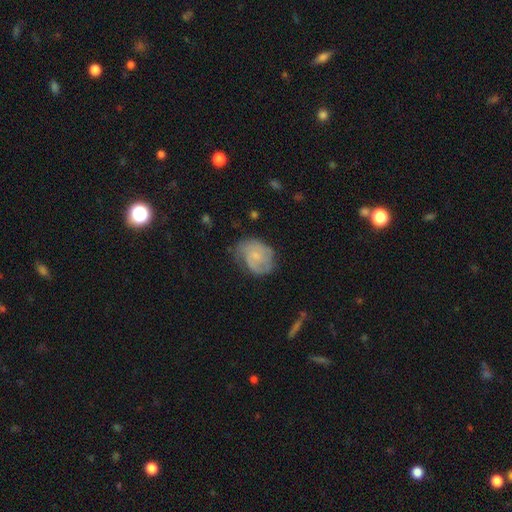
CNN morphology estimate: Smooth or featured?
  - featured or disk: 60% *
  - smooth: 33%
  - star or artifact: 7%
Edge-on disk?
  - no: 97% *
  - yes: 3%
Bar?
  - no: 67% *
  - weak: 29%
  - strong: 4%
Spiral arms?
  - yes: 85% *
  - no: 15%
Spiral winding?
  - tight: 42% *
  - medium: 40%
  - loose: 17%
Spiral arm count?
  - 2: 44% *
  - can't tell: 30%
  - 3: 12%
  - 1: 9%
  - 4: 3%
  - more than 4: 3%
Bulge size?
  - small: 65% *
  - moderate: 22%
  - none: 11%
  - large: 1%
  - dominant: 1%
Merging?
  - none: 54% *
  - minor disturbance: 30%
  - major disturbance: 14%
  - merger: 2%